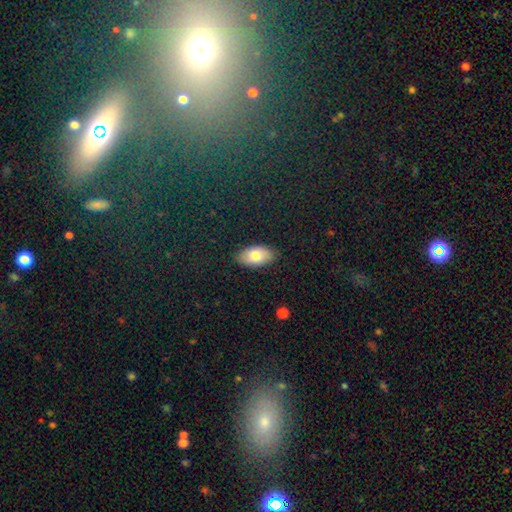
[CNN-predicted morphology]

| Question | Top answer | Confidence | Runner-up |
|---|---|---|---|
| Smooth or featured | smooth | 78% | featured or disk (15%) |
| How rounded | in between | 94% | round (4%) |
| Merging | none | 87% | minor disturbance (10%) |